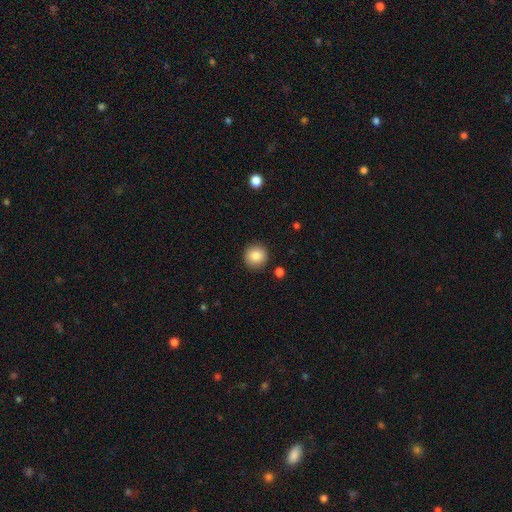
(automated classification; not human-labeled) smooth_or_featured: smooth (p=0.86) [alt: star or artifact p=0.09]
how_rounded: round (p=0.93) [alt: in between p=0.06]
merging: none (p=0.90) [alt: minor disturbance p=0.06]